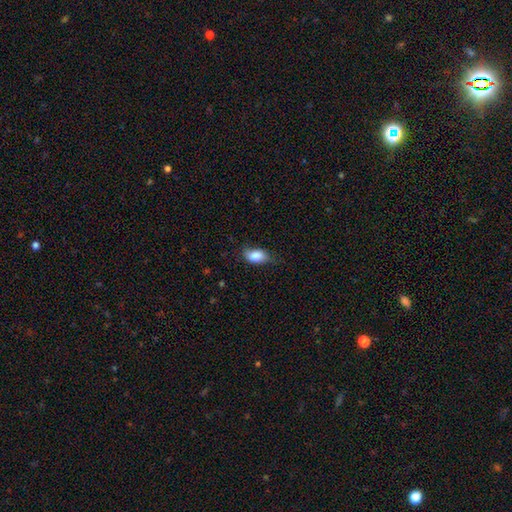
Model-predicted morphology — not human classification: Smooth or featured? Predicted: smooth (p=0.84). How rounded? Predicted: in between (p=0.89). Merging? Predicted: none (p=0.57).